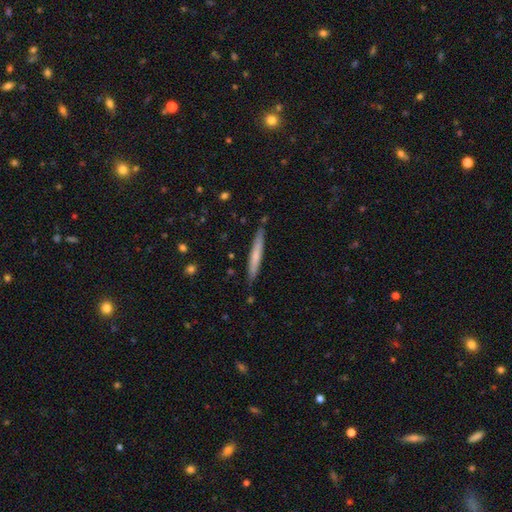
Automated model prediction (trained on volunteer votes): The model was most divided on "smooth or featured": smooth: 59%, featured or disk: 35%, star or artifact: 5%. More confident: how rounded — cigar-shaped (96%); merging — none (86%).